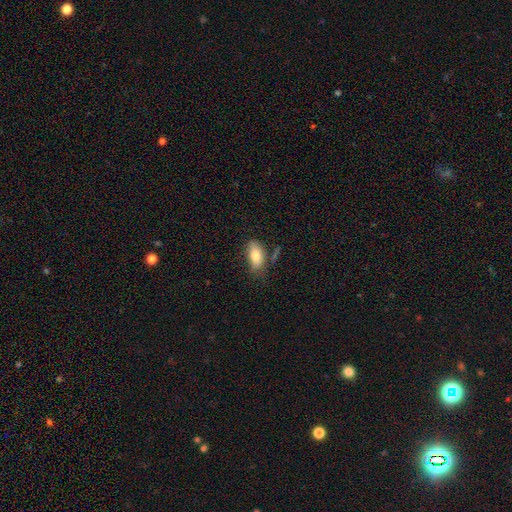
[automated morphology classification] A smooth galaxy with no disk features (81%) that is in between round and cigar-shaped (88%).

Vote fractions:
- Smooth or featured? smooth: 81% / featured or disk: 12% / star or artifact: 7%
- How rounded? in between: 88% / cigar-shaped: 9% / round: 3%
- Merging? none: 60% / minor disturbance: 25% / major disturbance: 8% / merger: 7%